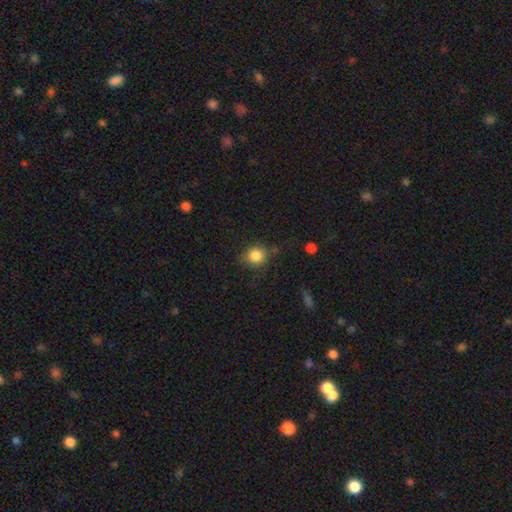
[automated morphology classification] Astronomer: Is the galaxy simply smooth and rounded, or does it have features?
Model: smooth — 84%.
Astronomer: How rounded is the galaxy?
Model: round — 82%.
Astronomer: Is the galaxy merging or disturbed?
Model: none — 73%.